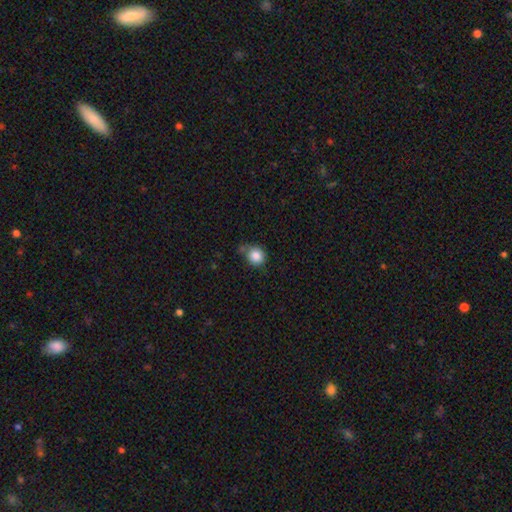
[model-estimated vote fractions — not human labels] Overall: smooth (84%). How rounded: round (83%). Merging: none (55%; minor disturbance 28%).